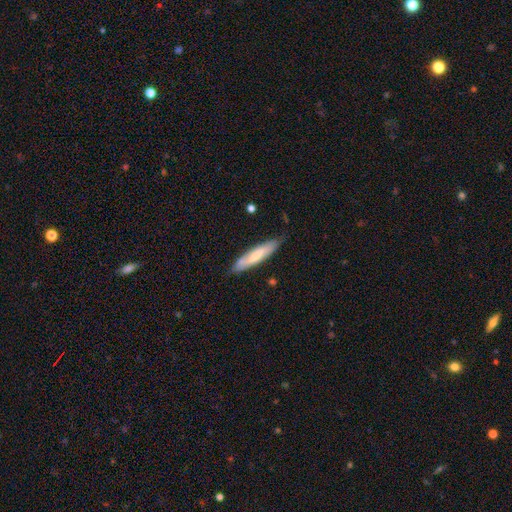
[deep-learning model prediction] smooth_or_featured: smooth (p=0.61) [alt: featured or disk p=0.33]
how_rounded: cigar-shaped (p=0.81) [alt: in between p=0.18]
merging: none (p=0.78) [alt: minor disturbance p=0.18]